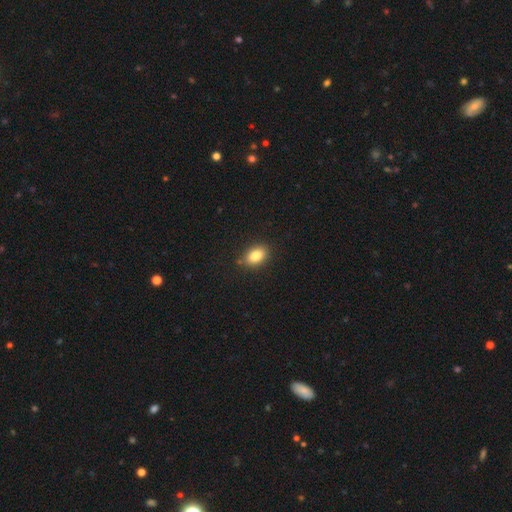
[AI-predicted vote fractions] Smooth or featured? smooth (85%)
How rounded? in between (85%)
Merging? none (85%)